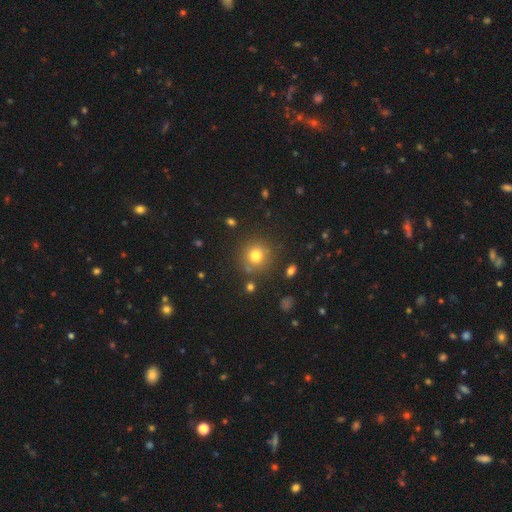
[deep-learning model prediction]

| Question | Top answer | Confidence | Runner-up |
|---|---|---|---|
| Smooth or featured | smooth | 76% | star or artifact (15%) |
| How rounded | round | 92% | in between (7%) |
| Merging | none | 82% | minor disturbance (9%) |